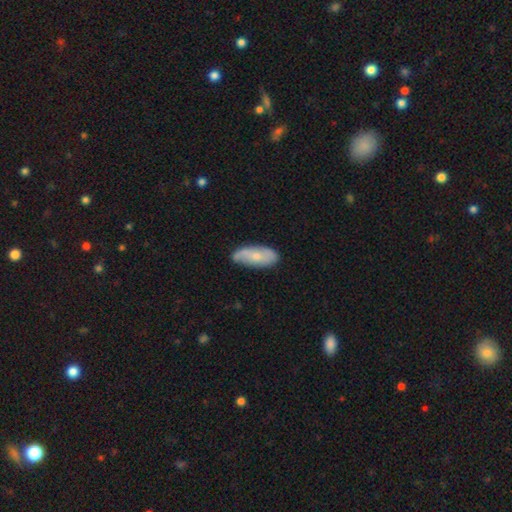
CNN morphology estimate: Smooth or featured?
  - smooth: 54% *
  - featured or disk: 40%
  - star or artifact: 6%
How rounded?
  - in between: 83% *
  - cigar-shaped: 15%
  - round: 2%
Merging?
  - none: 65% *
  - minor disturbance: 27%
  - major disturbance: 5%
  - merger: 3%